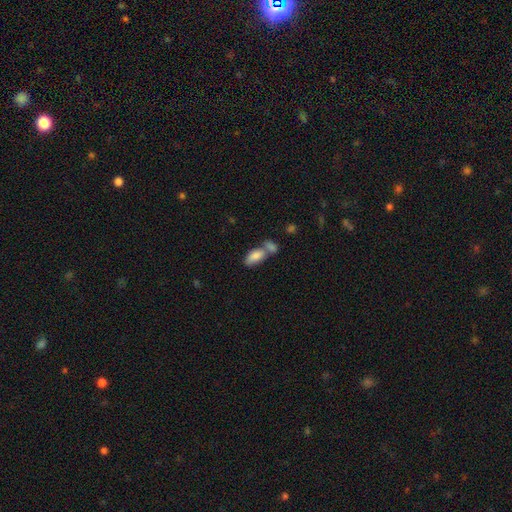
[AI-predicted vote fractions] Smooth or featured: smooth — 79% (featured or disk — 13%)
How rounded: in between — 91% (cigar-shaped — 6%)
Merging: merger — 50% (none — 33%)